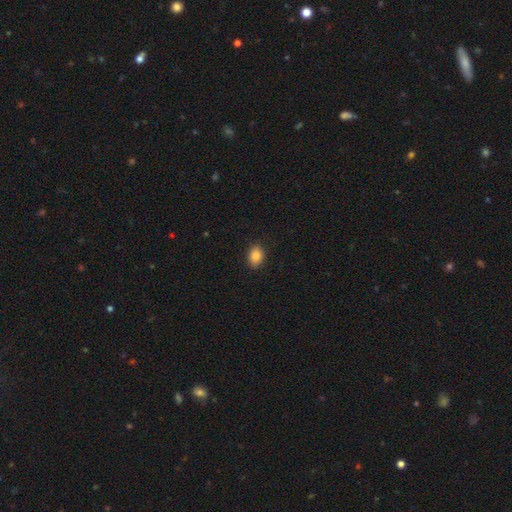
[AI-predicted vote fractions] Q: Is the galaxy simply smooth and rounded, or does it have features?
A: smooth — 85%.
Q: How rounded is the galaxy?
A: in between — 74%.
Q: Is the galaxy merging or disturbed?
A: none — 88%.